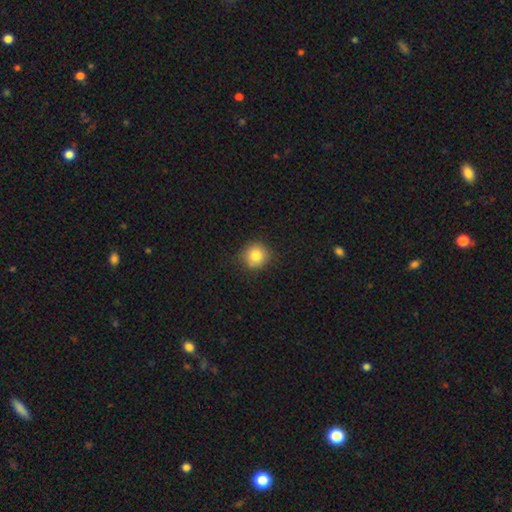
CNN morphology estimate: Overall: smooth (82%). How rounded: round (91%). Merging: none (85%).